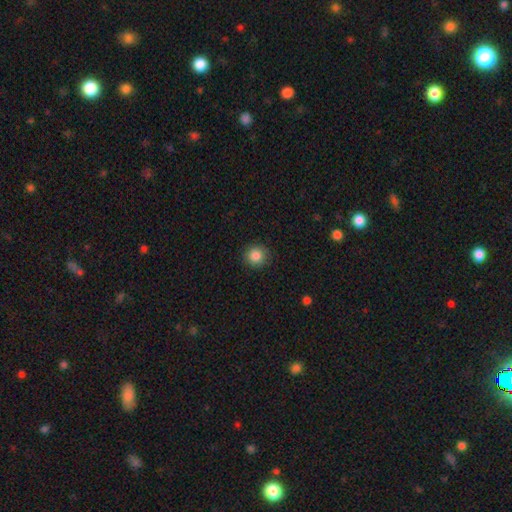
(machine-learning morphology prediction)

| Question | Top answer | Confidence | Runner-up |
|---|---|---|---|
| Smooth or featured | smooth | 86% | star or artifact (10%) |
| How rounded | round | 92% | in between (7%) |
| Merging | none | 90% | minor disturbance (7%) |